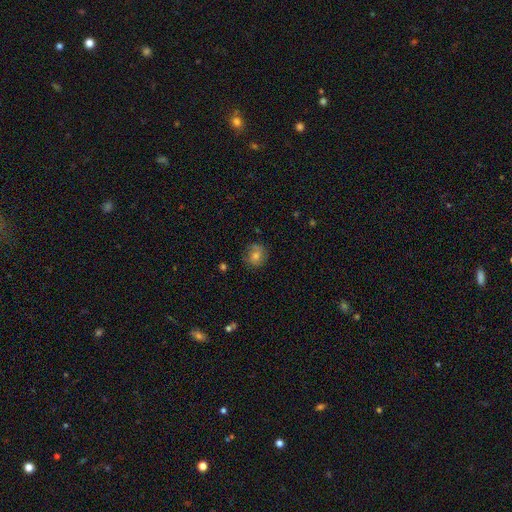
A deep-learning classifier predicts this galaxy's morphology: This appears to be a smooth galaxy with no disk features (61%) that is round (81%). Merging: none (78%).